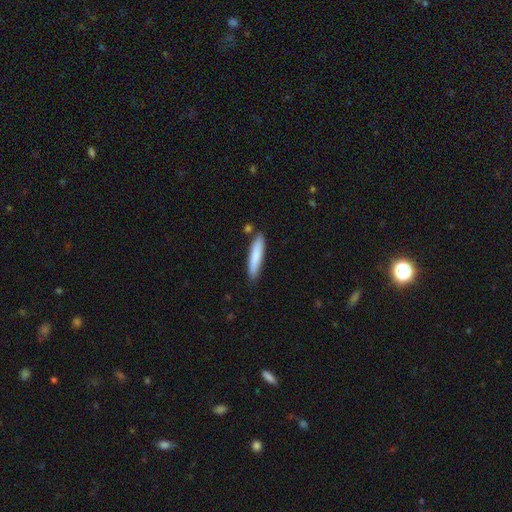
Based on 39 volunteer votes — Q: Smooth or featured?
A: smooth (82%); runner-up: star or artifact (10%)
Q: How rounded?
A: cigar-shaped (100%)
Q: Merging?
A: none (77%); runner-up: minor disturbance (11%)